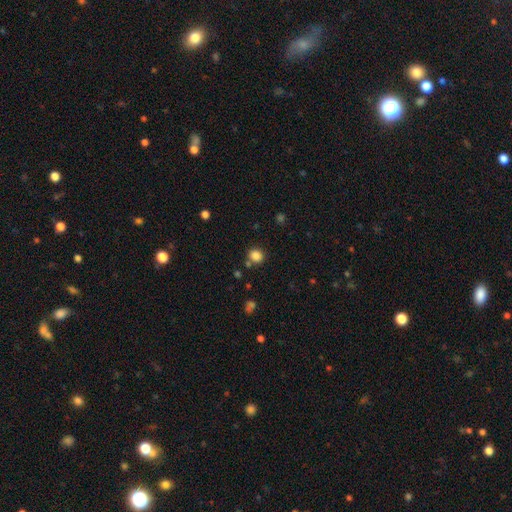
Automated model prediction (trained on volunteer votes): Smooth or featured: smooth — 84% (star or artifact — 12%)
How rounded: round — 73% (in between — 26%)
Merging: none — 78% (minor disturbance — 10%)